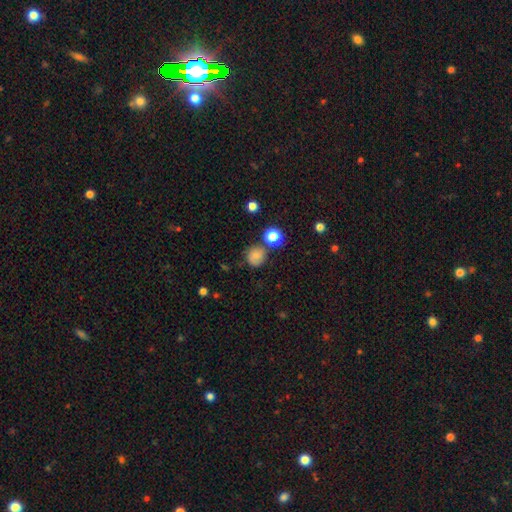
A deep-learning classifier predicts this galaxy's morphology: type=smooth (74%); roundness=round (85%); merging=none (69%).